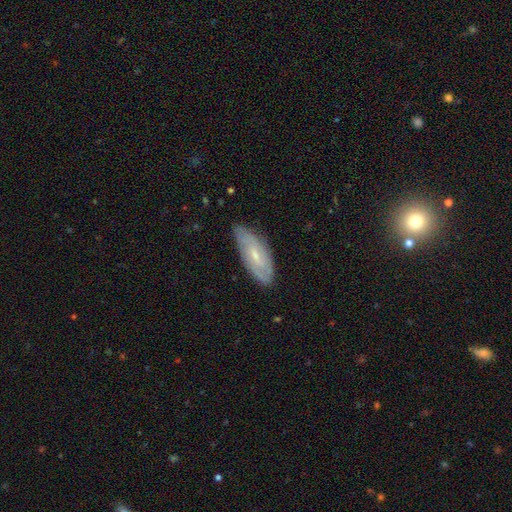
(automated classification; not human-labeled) Smooth or featured?
  - featured or disk: 64% *
  - smooth: 29%
  - star or artifact: 7%
Edge-on disk?
  - no: 88% *
  - yes: 12%
Bar?
  - weak: 49% *
  - no: 36%
  - strong: 15%
Spiral arms?
  - yes: 83% *
  - no: 17%
Bulge size?
  - small: 68% *
  - moderate: 26%
  - none: 4%
  - large: 1%
  - dominant: 1%
Merging?
  - none: 78% *
  - minor disturbance: 18%
  - major disturbance: 3%
  - merger: 1%